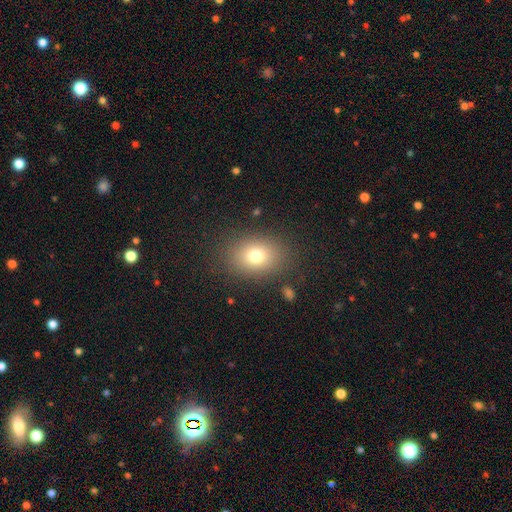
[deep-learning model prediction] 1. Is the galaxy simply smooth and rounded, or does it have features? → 75% smooth, 13% star or artifact, 12% featured or disk.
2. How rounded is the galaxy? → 63% in between, 36% round, 1% cigar-shaped.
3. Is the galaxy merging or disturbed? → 84% none, 10% minor disturbance, 5% major disturbance, 2% merger.